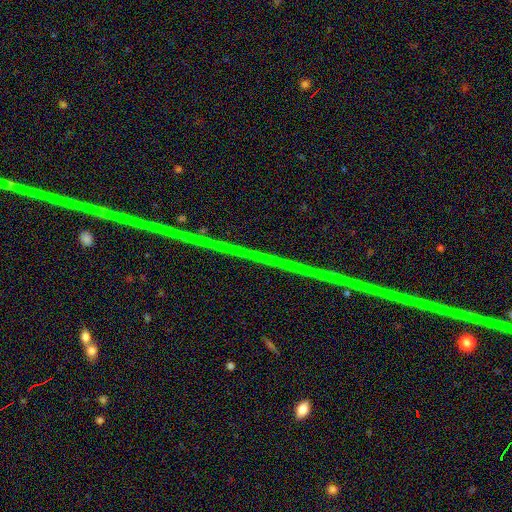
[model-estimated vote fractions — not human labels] smooth_or_featured: star or artifact (p=0.78) [alt: featured or disk p=0.15]